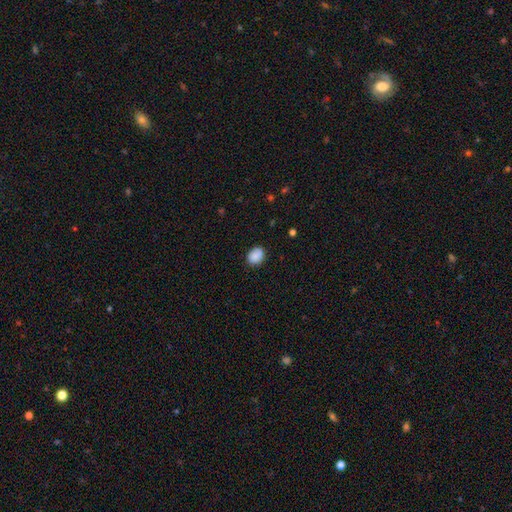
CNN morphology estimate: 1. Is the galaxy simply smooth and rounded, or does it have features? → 87% smooth, 8% star or artifact, 5% featured or disk.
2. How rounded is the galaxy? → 56% in between, 43% round, 1% cigar-shaped.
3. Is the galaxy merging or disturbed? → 79% none, 16% minor disturbance, 3% major disturbance, 2% merger.